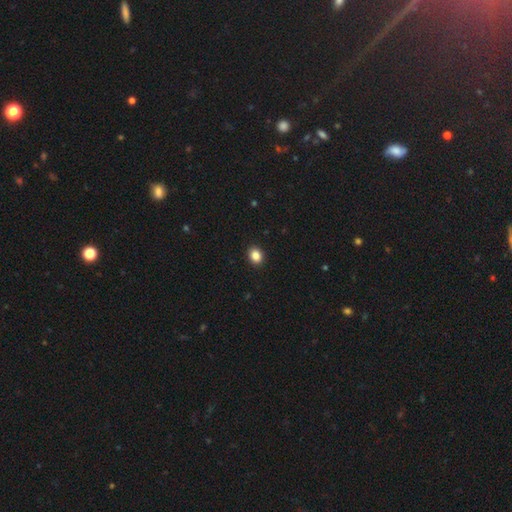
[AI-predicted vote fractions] Overall: smooth (86%). How rounded: round (58%; in between 41%). Merging: none (92%).